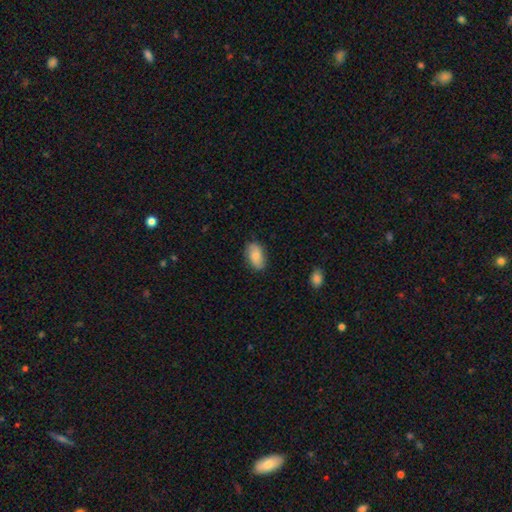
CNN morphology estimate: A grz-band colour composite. It shows a smooth galaxy with no disk features (75%) that is in between round and cigar-shaped (92%). Merging: none (82%).